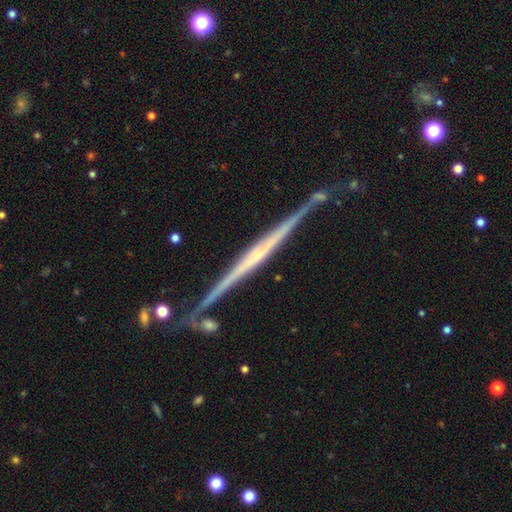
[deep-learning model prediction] Smooth or featured?
  - featured or disk: 85% *
  - smooth: 9%
  - star or artifact: 6%
Edge-on disk?
  - yes: 98% *
  - no: 2%
Edge-on bulge?
  - none: 50% *
  - rounded: 38%
  - boxy: 11%
Merging?
  - none: 79% *
  - minor disturbance: 13%
  - merger: 5%
  - major disturbance: 3%